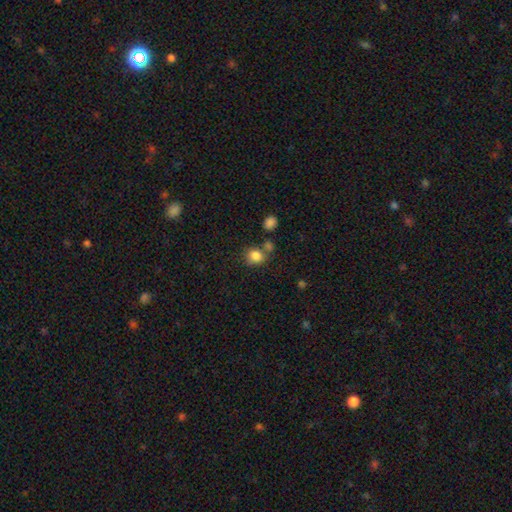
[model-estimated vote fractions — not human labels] Smooth or featured: smooth — 83% (star or artifact — 11%)
How rounded: round — 70% (in between — 29%)
Merging: none — 62% (merger — 19%)